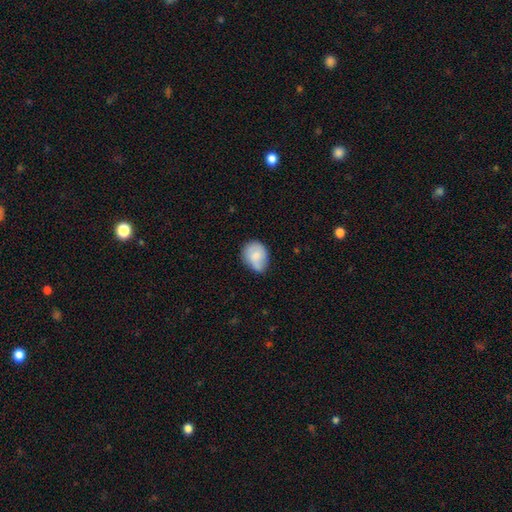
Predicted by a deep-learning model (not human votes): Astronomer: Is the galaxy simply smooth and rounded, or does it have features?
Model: smooth — 73%.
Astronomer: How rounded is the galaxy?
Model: in between — 52% (runner-up: round, 47%).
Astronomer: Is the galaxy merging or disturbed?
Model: none — 47% (runner-up: minor disturbance, 39%).